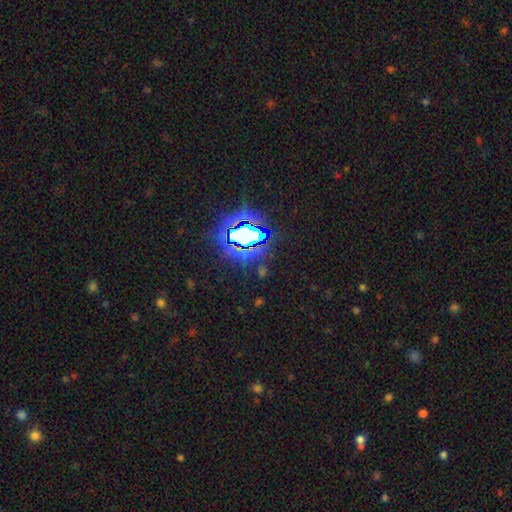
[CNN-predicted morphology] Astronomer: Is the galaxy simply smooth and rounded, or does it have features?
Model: star or artifact — 81%.